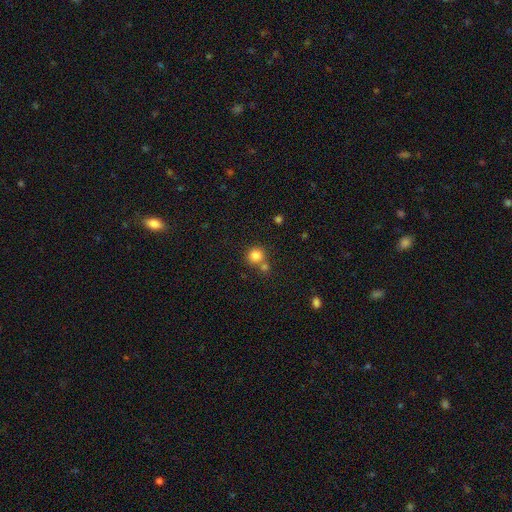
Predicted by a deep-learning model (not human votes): Overall: smooth (82%). How rounded: round (91%). Merging: none (64%; merger 24%).